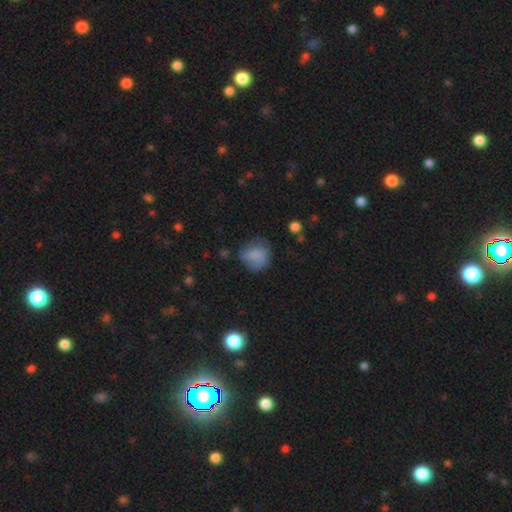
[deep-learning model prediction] The model was most divided on "merging": none: 49%, minor disturbance: 29%, major disturbance: 20%, merger: 3%. More confident: how rounded — round (68%); smooth or featured — smooth (68%).